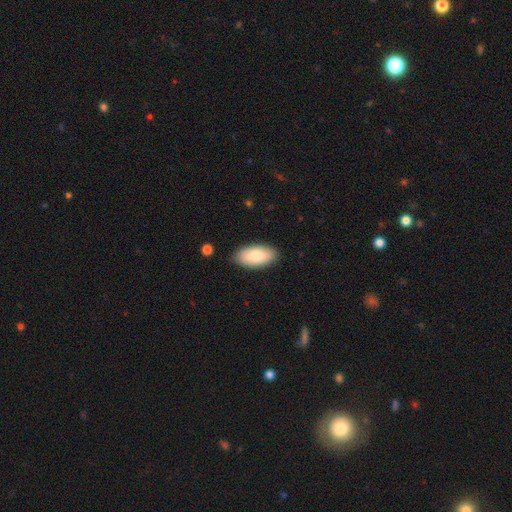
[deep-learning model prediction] Morphology: type=smooth (86%); roundness=in between (94%); merging=none (87%).